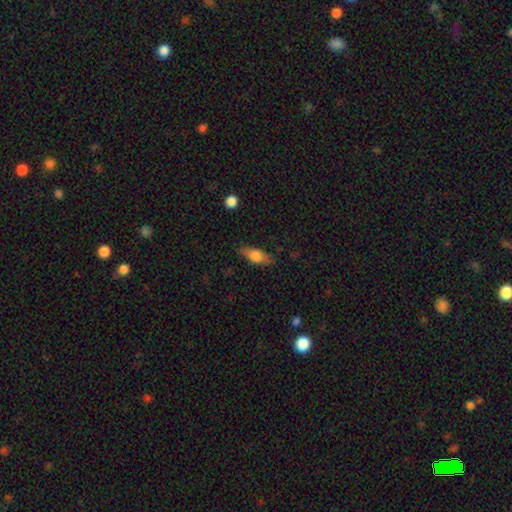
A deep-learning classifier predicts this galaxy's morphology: This appears to be a smooth galaxy with no disk features (64%) that is in between round and cigar-shaped (66%). Merging: none (83%).